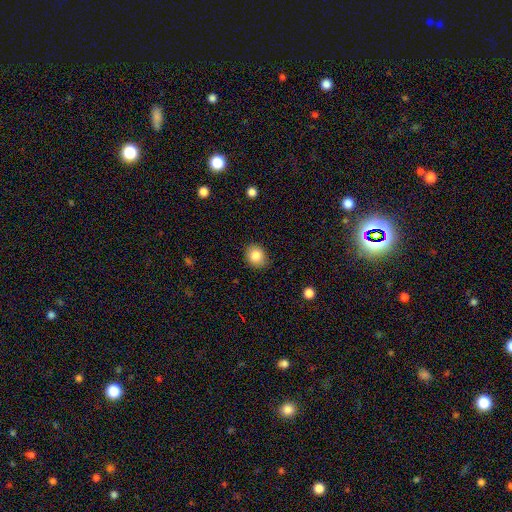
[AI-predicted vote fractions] A smooth galaxy with no disk features (85%) that is round (66%). Merging: none (87%).